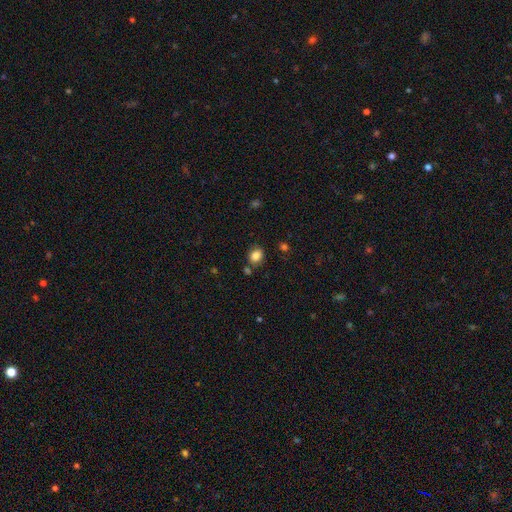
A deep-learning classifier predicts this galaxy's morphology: A smooth galaxy with no disk features (84%) that is round (55%).

Vote fractions:
- Smooth or featured? smooth: 84% / star or artifact: 11% / featured or disk: 6%
- How rounded? round: 55% / in between: 44% / cigar-shaped: 1%
- Merging? none: 77% / minor disturbance: 12% / merger: 7% / major disturbance: 3%